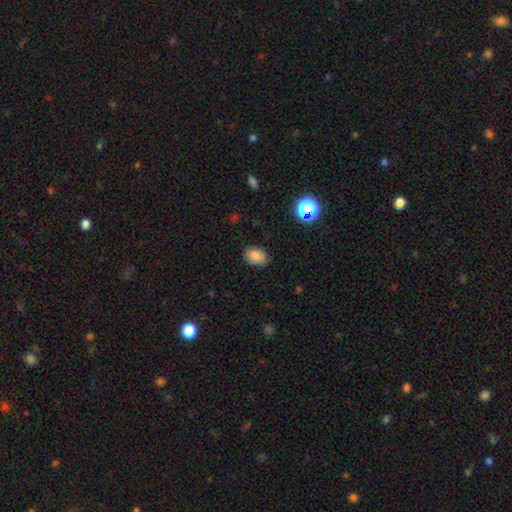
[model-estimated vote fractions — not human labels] This appears to be a smooth galaxy with no disk features (84%) that is in between round and cigar-shaped (78%). Merging: none (81%).